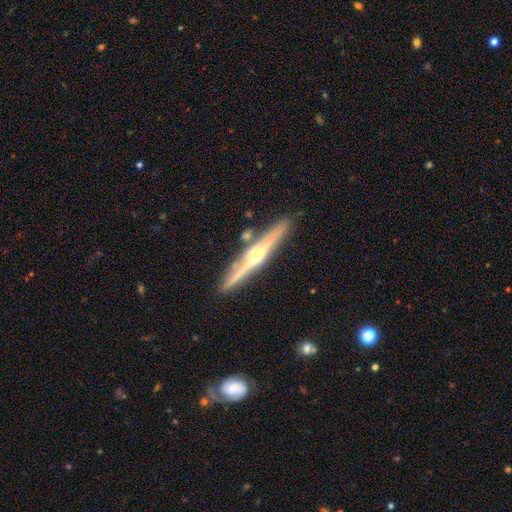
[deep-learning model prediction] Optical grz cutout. It shows a featured or disk galaxy (78%) viewed edge-on (97%) with a rounded central bulge (89%). Merging: none (86%).